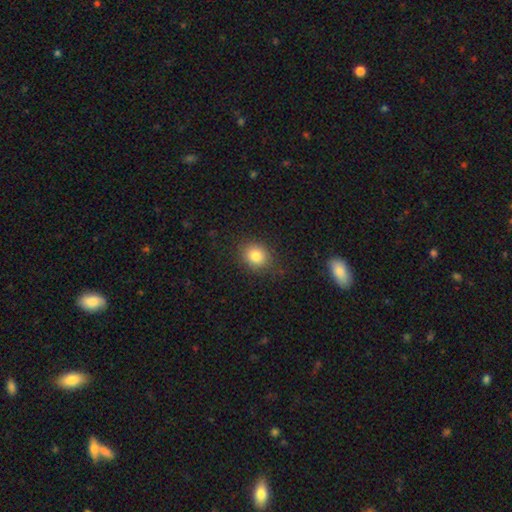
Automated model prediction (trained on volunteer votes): Smooth or featured? smooth (83%)
How rounded? round (72%)
Merging? none (84%)